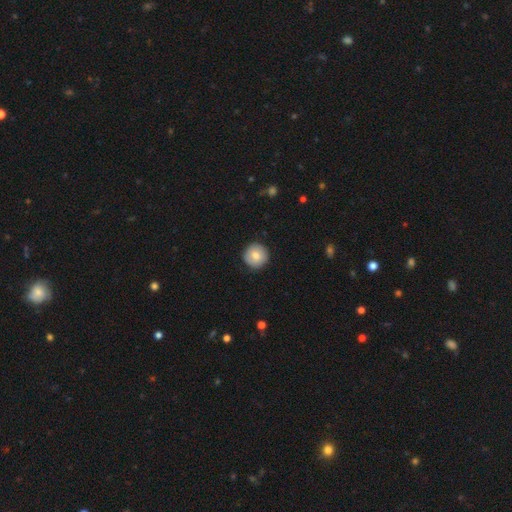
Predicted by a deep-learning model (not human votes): smooth-or-featured: smooth: 79% | featured or disk: 14% | star or artifact: 7%
  how-rounded: round: 96% | in between: 3% | cigar-shaped: 1%
  merging: none: 90% | minor disturbance: 7% | major disturbance: 2% | merger: 1%